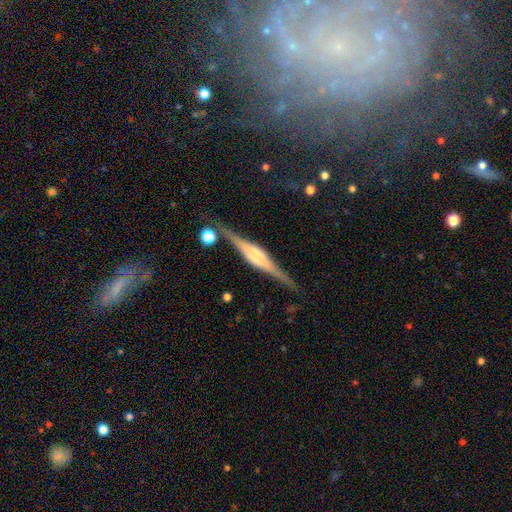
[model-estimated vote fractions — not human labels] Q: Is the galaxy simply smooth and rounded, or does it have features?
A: featured or disk — 82%.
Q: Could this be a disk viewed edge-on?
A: yes — 98%.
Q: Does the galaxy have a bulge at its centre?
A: rounded — 57%.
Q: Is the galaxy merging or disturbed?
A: none — 85%.